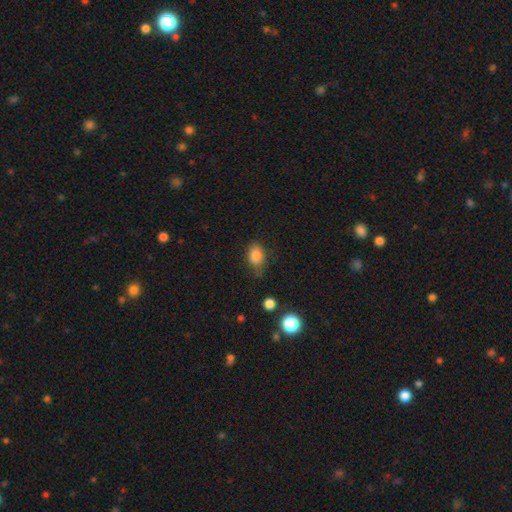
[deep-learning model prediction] smooth_or_featured: smooth (p=0.83) [alt: star or artifact p=0.10]
how_rounded: in between (p=0.74) [alt: round p=0.24]
merging: none (p=0.59) [alt: minor disturbance p=0.31]